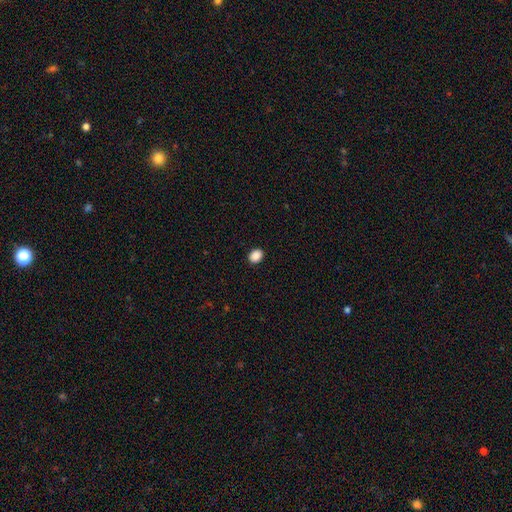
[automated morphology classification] The model was most divided on "how rounded": in between: 55%, round: 44%, cigar-shaped: 1%. More confident: merging — none (91%); smooth or featured — smooth (89%).